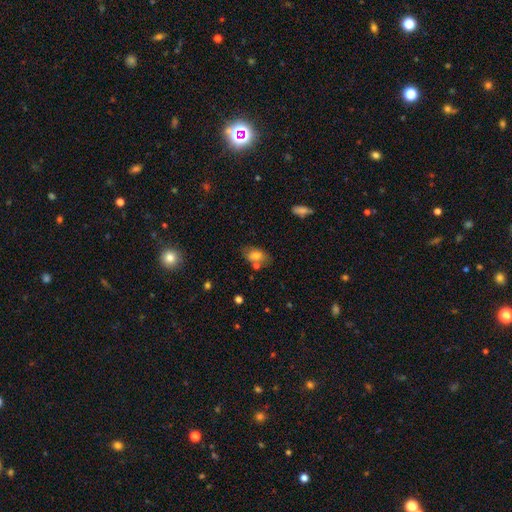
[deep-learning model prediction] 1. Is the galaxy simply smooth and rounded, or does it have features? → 73% smooth, 17% featured or disk, 10% star or artifact.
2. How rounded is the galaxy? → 86% in between, 12% round, 3% cigar-shaped.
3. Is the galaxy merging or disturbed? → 59% none, 18% merger, 18% minor disturbance, 5% major disturbance.